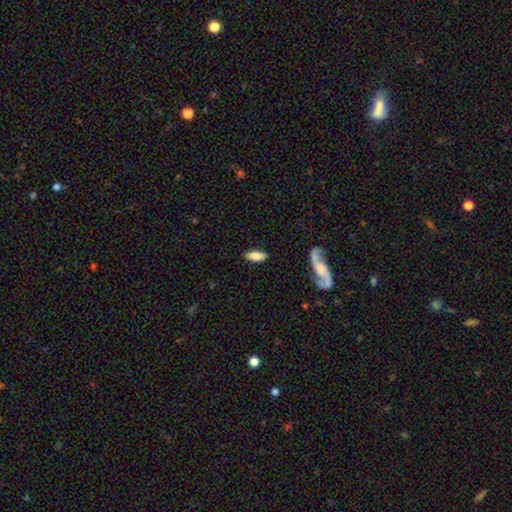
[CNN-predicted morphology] This is likely a smooth galaxy (77%). How rounded: likely in between (78%). Merging: clearly none (84%).